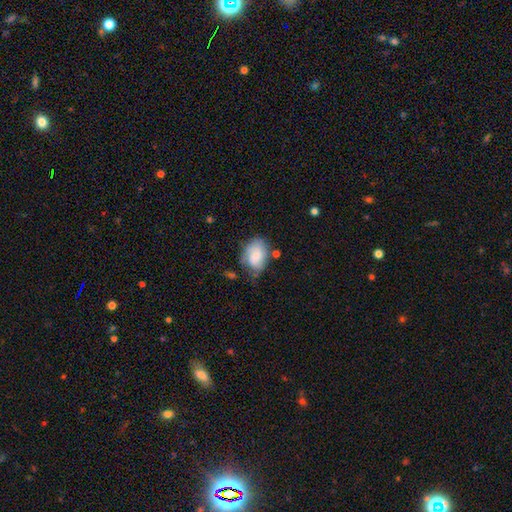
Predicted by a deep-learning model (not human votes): Morphology: type=smooth (68%); roundness=in between (77%); merging=none (48%).